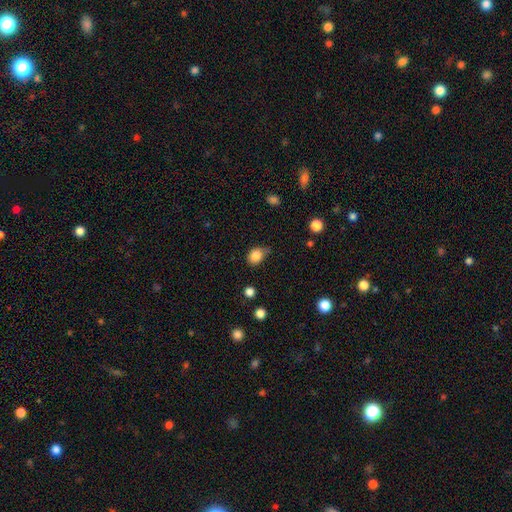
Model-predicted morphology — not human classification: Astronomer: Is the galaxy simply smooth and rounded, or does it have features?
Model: smooth — 84%.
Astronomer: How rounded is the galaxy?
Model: round — 55% (runner-up: in between, 44%).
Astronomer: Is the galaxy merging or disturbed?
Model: none — 52% (runner-up: minor disturbance, 37%).